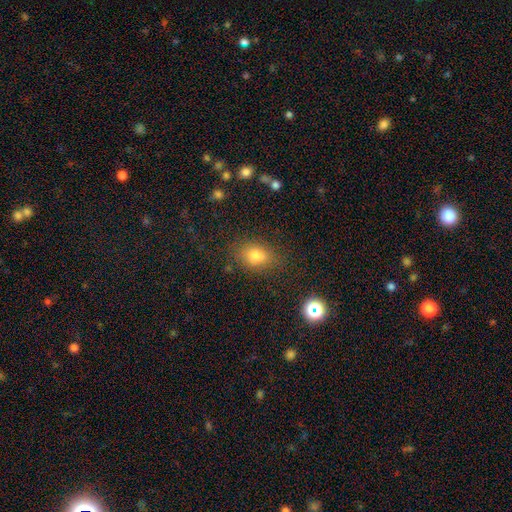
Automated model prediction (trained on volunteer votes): Smooth or featured: smooth — 78% (star or artifact — 13%)
How rounded: in between — 71% (round — 27%)
Merging: none — 77% (minor disturbance — 15%)